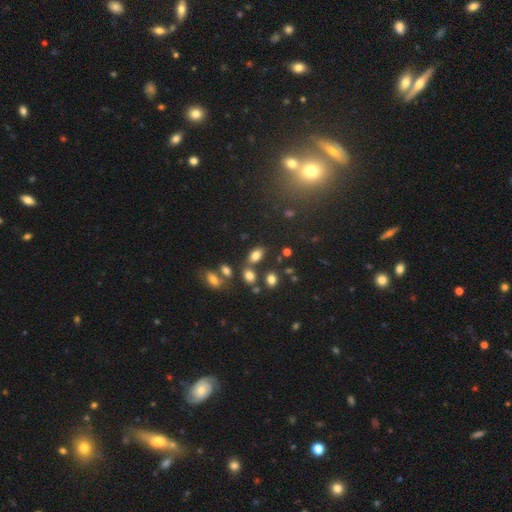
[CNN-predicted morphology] Smooth or featured?
  - smooth: 77% *
  - star or artifact: 13%
  - featured or disk: 11%
How rounded?
  - in between: 86% *
  - round: 10%
  - cigar-shaped: 4%
Merging?
  - none: 66% *
  - merger: 17%
  - minor disturbance: 13%
  - major disturbance: 4%